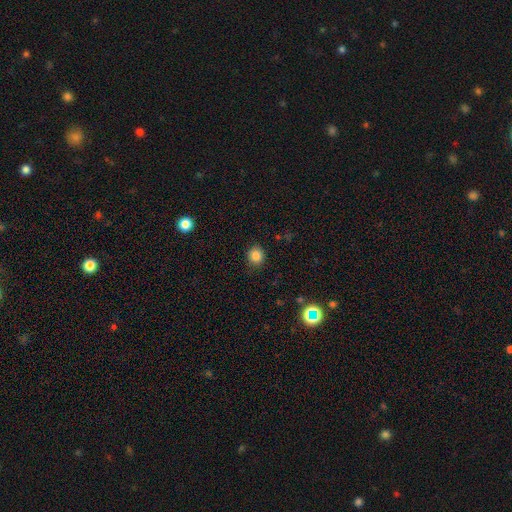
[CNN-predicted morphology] Smooth or featured? Predicted: smooth (p=0.84). How rounded? Predicted: round (p=0.85). Merging? Predicted: none (p=0.89).